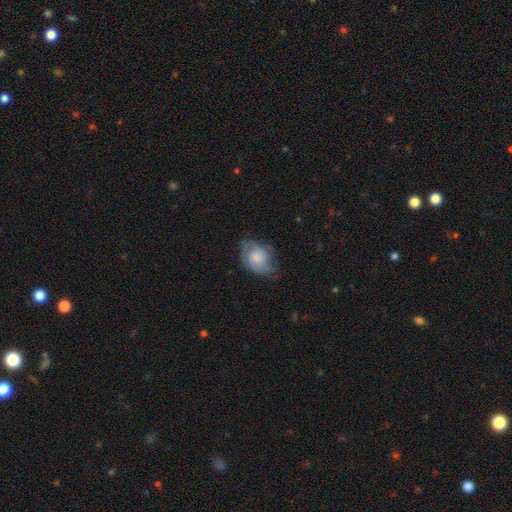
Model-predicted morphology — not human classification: This appears to be a smooth galaxy with no disk features (61%) that is in between round and cigar-shaped (71%). Merging: none (47%).